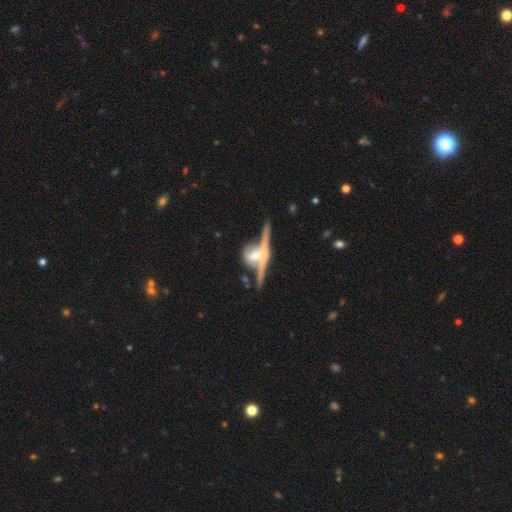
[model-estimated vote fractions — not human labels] Smooth or featured? featured or disk (66%)
Edge-on disk? yes (81%)
Edge-on bulge? rounded (71%)
Merging? none (46%)